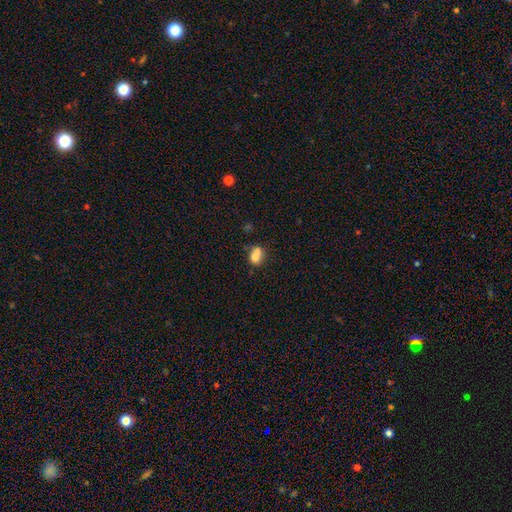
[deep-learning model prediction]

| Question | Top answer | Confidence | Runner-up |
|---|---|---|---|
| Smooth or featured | smooth | 71% | featured or disk (18%) |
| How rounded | in between | 51% | round (48%) |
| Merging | merger | 52% | none (29%) |